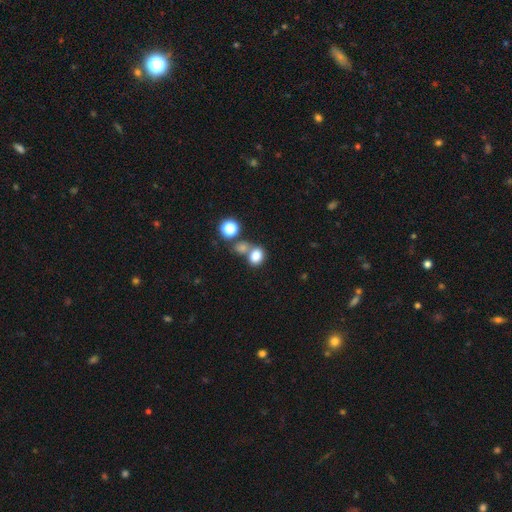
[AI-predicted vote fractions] A smooth galaxy with no disk features (81%) that is in between round and cigar-shaped (50%). Merging: none (47%).